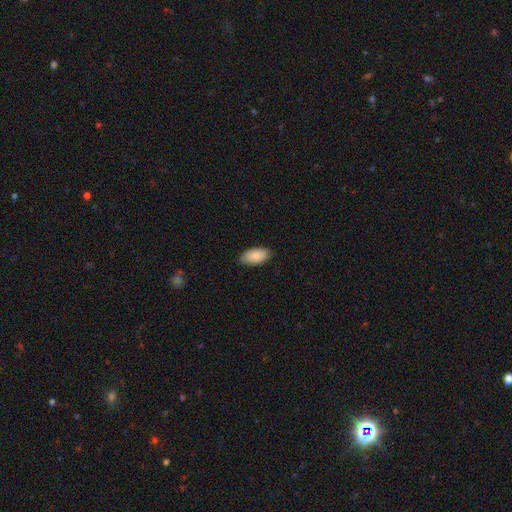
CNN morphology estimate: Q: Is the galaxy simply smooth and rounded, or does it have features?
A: smooth — 85%.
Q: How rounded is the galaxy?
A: in between — 94%.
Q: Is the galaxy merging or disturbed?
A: none — 84%.